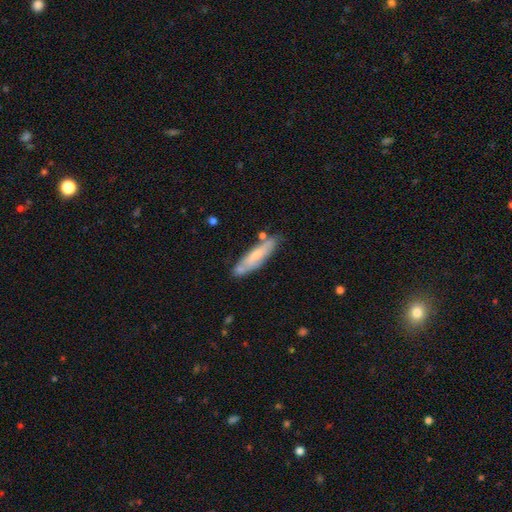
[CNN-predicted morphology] smooth-or-featured: smooth: 57% | featured or disk: 37% | star or artifact: 6%
  how-rounded: cigar-shaped: 76% | in between: 22% | round: 1%
  merging: none: 72% | minor disturbance: 18% | merger: 7% | major disturbance: 3%